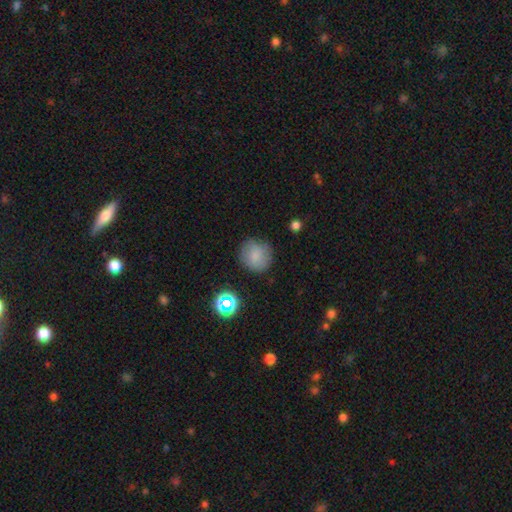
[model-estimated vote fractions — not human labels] Smooth or featured?
  - smooth: 79% *
  - star or artifact: 12%
  - featured or disk: 10%
How rounded?
  - round: 91% *
  - in between: 8%
  - cigar-shaped: 1%
Merging?
  - none: 80% *
  - minor disturbance: 13%
  - major disturbance: 4%
  - merger: 2%